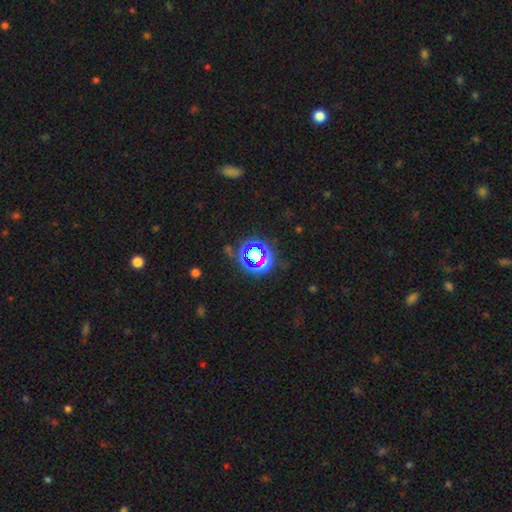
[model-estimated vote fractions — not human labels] A star or artifact, not a galaxy (65%).